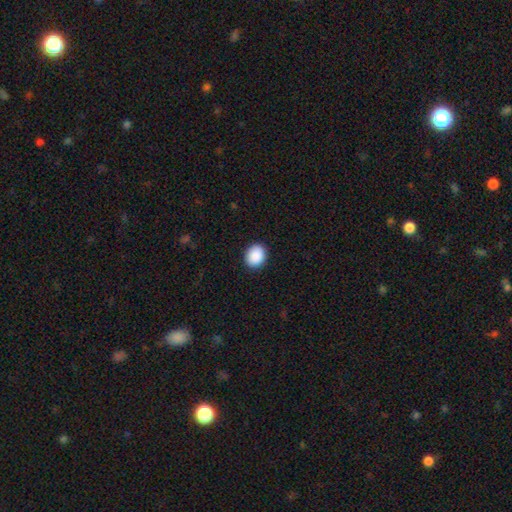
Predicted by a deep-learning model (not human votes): This appears to be a smooth galaxy with no disk features (90%) that is in between round and cigar-shaped (50%). Merging: none (90%).